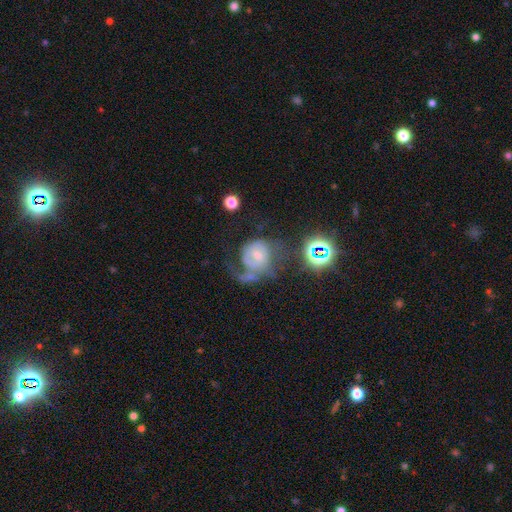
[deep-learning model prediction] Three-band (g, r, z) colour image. It shows a featured or disk galaxy (59%) with no bar (62%), spiral arms (73%) and a small central bulge (45%). Merging: major disturbance (43%).